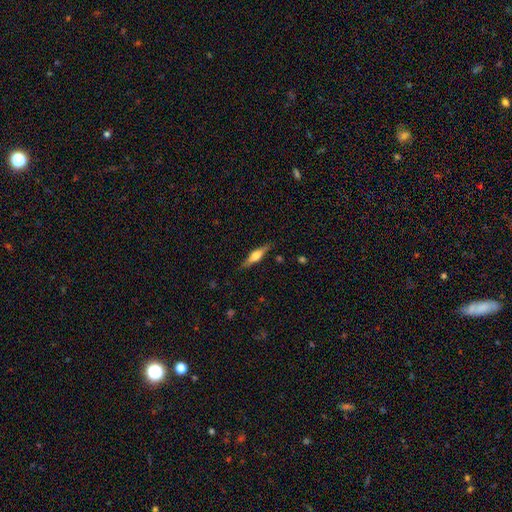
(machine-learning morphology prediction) This is likely a featured or disk galaxy (65%). It is clearly viewed edge-on (97%). Edge-on bulge: clearly rounded (88%). Merging: clearly none (87%).